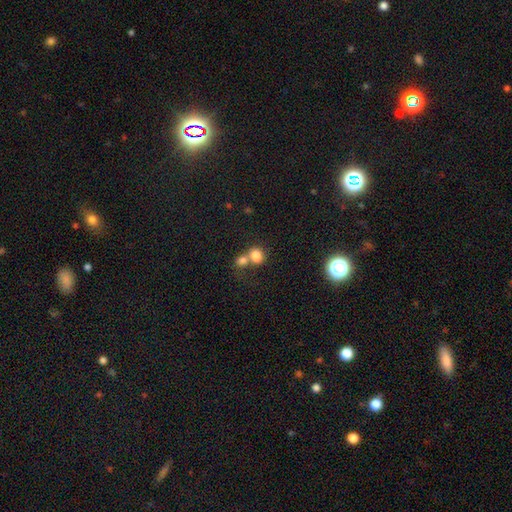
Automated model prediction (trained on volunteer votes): Smooth or featured?
  - smooth: 80% *
  - star or artifact: 11%
  - featured or disk: 9%
How rounded?
  - round: 69% *
  - in between: 30%
  - cigar-shaped: 1%
Merging?
  - merger: 55% *
  - none: 33%
  - minor disturbance: 7%
  - major disturbance: 4%